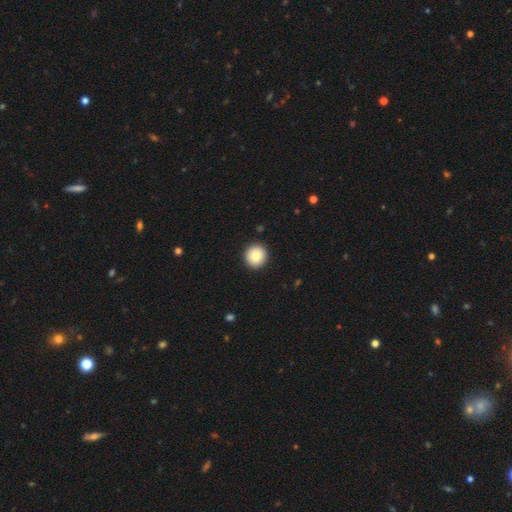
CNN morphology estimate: smooth 85%, star or artifact 8%, featured or disk 7%. Down the decision tree: how rounded — round (93%); merging — none (92%).